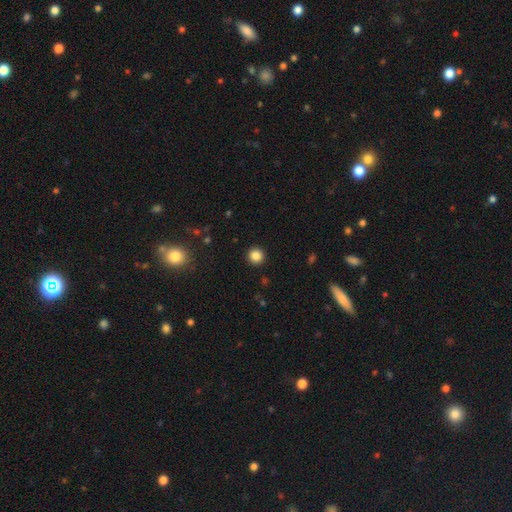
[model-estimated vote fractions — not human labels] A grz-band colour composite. It shows a smooth galaxy with no disk features (84%) that is round (95%). Merging: none (93%).